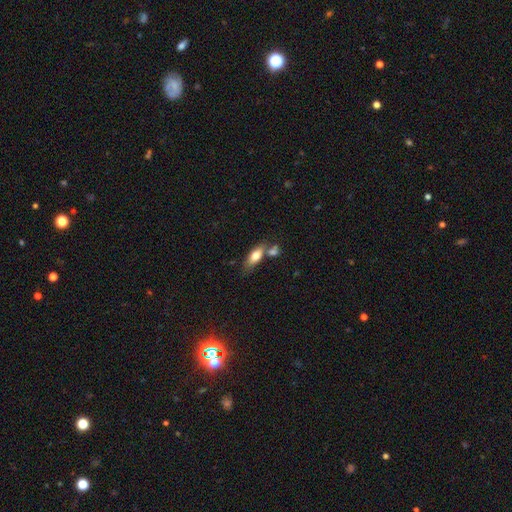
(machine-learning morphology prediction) Smooth or featured? Predicted: smooth (p=0.72). How rounded? Predicted: in between (p=0.75). Merging? Predicted: none (p=0.49).